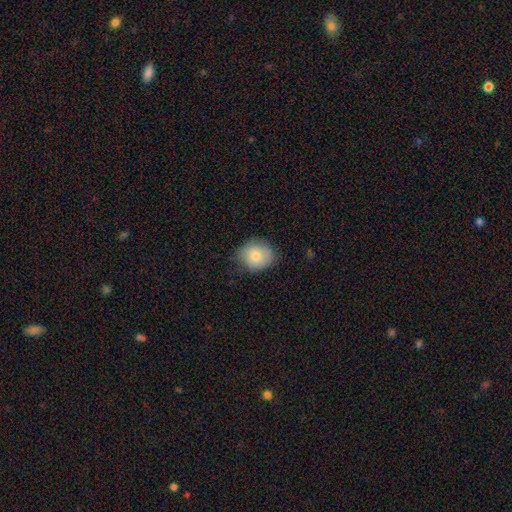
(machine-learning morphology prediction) This is likely a smooth galaxy (79%). How rounded: likely round (67%). Merging: likely none (71%).